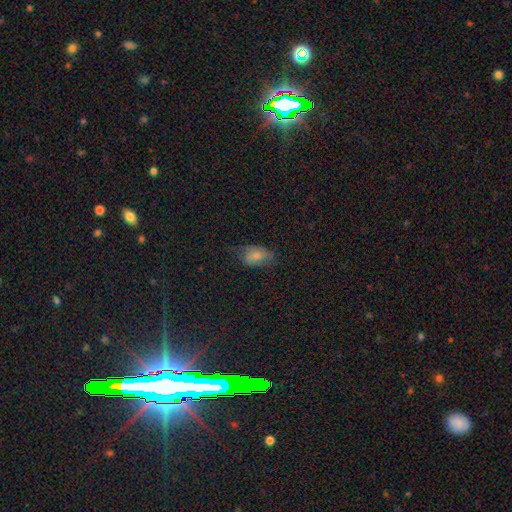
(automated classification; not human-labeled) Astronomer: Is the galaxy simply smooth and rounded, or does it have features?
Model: smooth — 63%.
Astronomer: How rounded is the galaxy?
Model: in between — 88%.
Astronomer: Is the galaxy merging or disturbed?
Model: none — 53% (runner-up: minor disturbance, 29%).